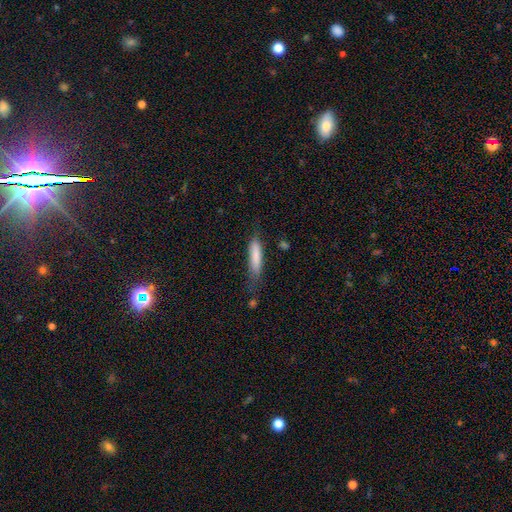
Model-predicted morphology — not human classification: Smooth or featured?
  - smooth: 80% *
  - featured or disk: 14%
  - star or artifact: 6%
How rounded?
  - cigar-shaped: 79% *
  - in between: 19%
  - round: 2%
Merging?
  - none: 61% *
  - minor disturbance: 27%
  - major disturbance: 9%
  - merger: 3%